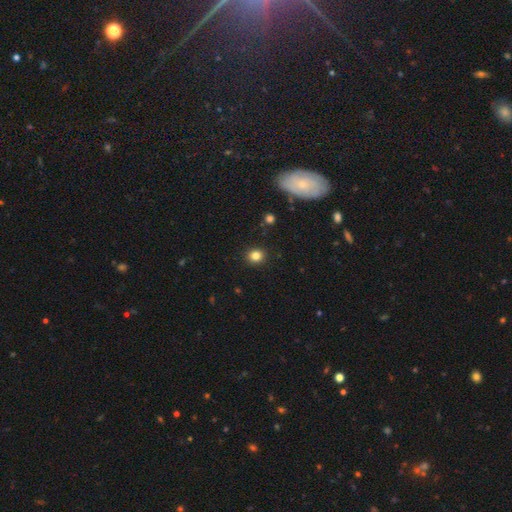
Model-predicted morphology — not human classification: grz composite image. It shows a smooth galaxy with no disk features (83%) that is round (79%). Merging: none (91%).